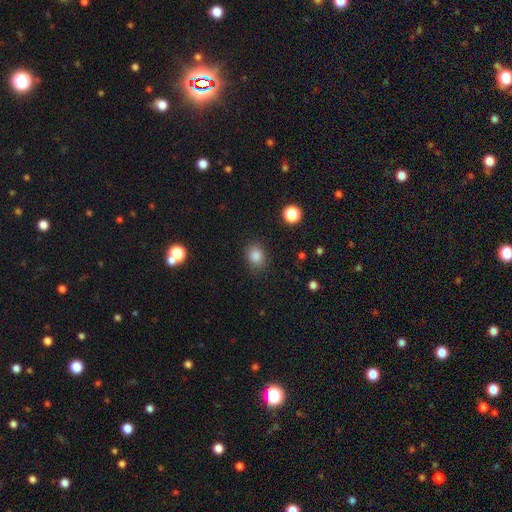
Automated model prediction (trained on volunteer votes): Smooth or featured? Predicted: smooth (p=0.84). How rounded? Predicted: round (p=0.59). Merging? Predicted: none (p=0.84).